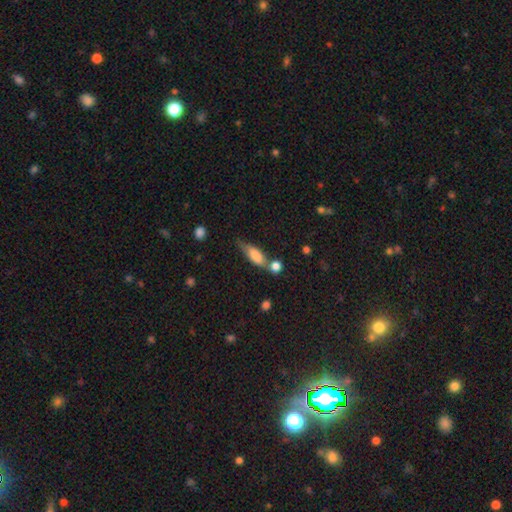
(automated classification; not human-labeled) A smooth galaxy with no disk features (73%) that is in between round and cigar-shaped (59%). Merging: none (41%).